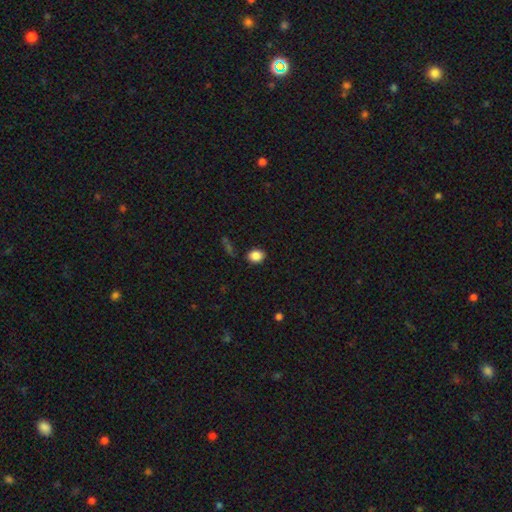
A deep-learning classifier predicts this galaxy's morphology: The model was most divided on "how rounded": round: 50%, in between: 49%, cigar-shaped: 1%. More confident: merging — none (86%); smooth or featured — smooth (86%).